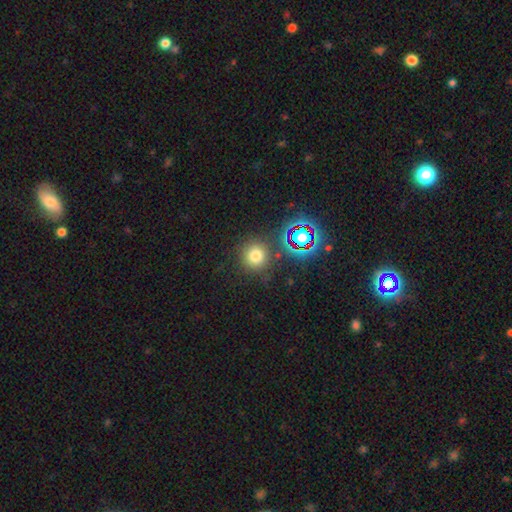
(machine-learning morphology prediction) Smooth or featured? smooth (71%)
How rounded? round (93%)
Merging? none (84%)